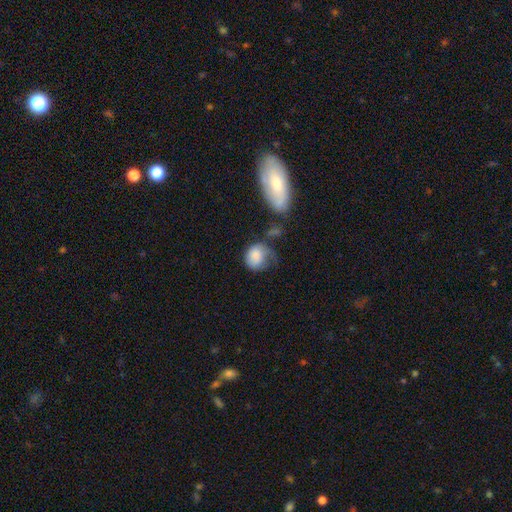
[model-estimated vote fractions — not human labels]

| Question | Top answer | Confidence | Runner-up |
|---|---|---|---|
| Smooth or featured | smooth | 75% | featured or disk (18%) |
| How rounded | round | 59% | in between (39%) |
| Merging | major disturbance | 32% | minor disturbance (28%) |